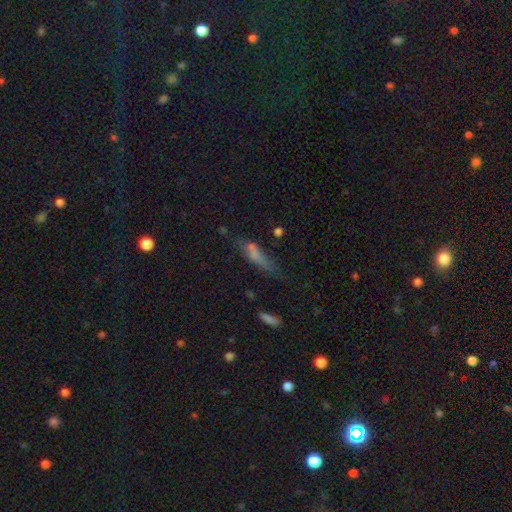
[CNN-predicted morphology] Smooth or featured? Predicted: smooth (p=0.59). How rounded? Predicted: cigar-shaped (p=0.76). Merging? Predicted: none (p=0.54).